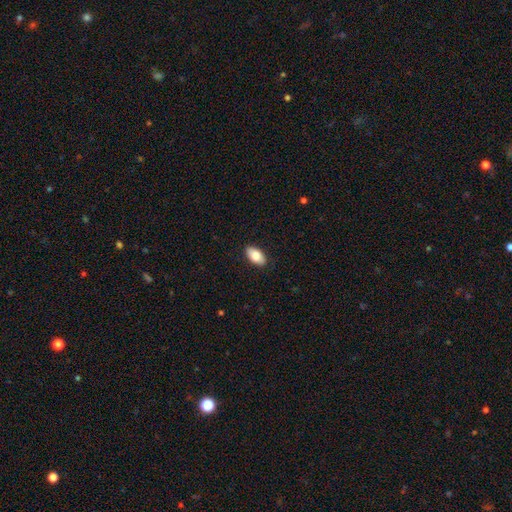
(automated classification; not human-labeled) A smooth galaxy with no disk features (83%) that is in between round and cigar-shaped (94%).

Vote fractions:
- Smooth or featured? smooth: 83% / featured or disk: 11% / star or artifact: 6%
- How rounded? in between: 94% / round: 3% / cigar-shaped: 3%
- Merging? none: 87% / minor disturbance: 10% / major disturbance: 2% / merger: 1%